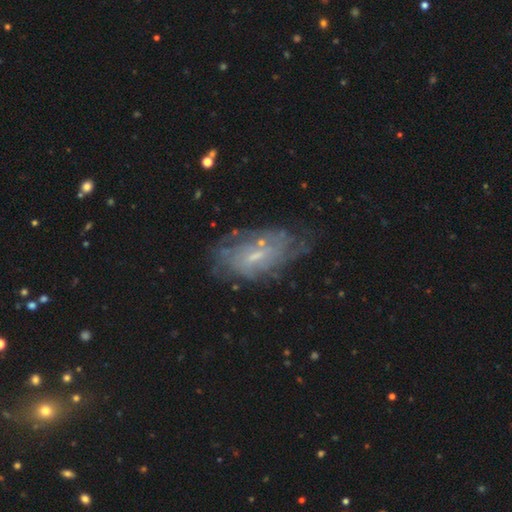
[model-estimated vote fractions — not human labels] This is likely a featured or disk galaxy (73%). It is clearly not viewed edge-on (94%). Bar: possibly weak (53%). Spiral arm pattern: likely yes (77%). Spiral arm count: likely can't tell (65%). Spiral winding: possibly tight (57%). Central bulge: likely small (61%). Merging: likely none (61%).